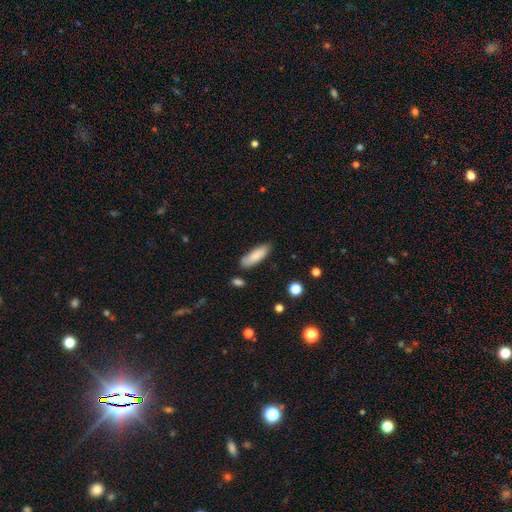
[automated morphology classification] A smooth galaxy with no disk features (83%) that is in between round and cigar-shaped (55%). Merging: none (79%).